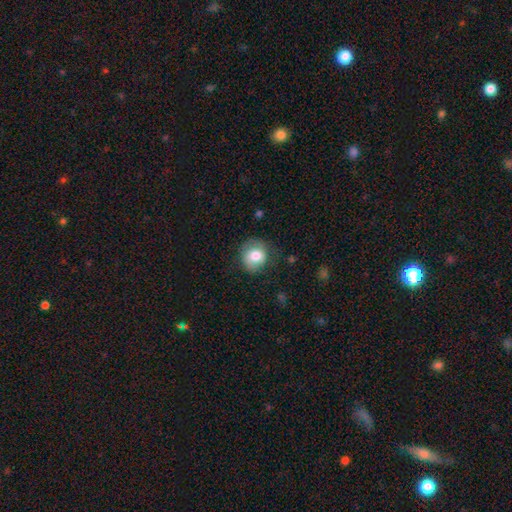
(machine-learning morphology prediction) smooth_or_featured: smooth (p=0.78) [alt: featured or disk p=0.13]
how_rounded: round (p=0.82) [alt: in between p=0.17]
merging: none (p=0.72) [alt: minor disturbance p=0.20]